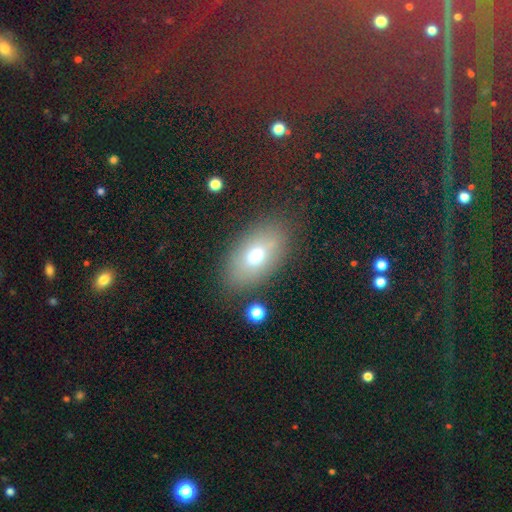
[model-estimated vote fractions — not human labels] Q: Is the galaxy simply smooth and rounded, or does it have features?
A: smooth — 68%.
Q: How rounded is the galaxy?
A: in between — 89%.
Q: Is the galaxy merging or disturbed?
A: none — 80%.